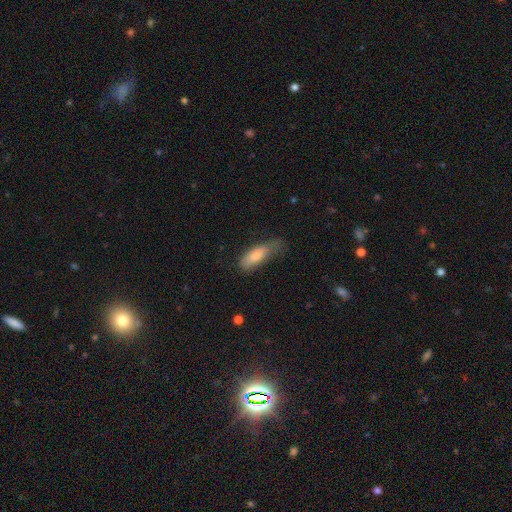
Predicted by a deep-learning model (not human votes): Smooth or featured? smooth (75%)
How rounded? in between (58%)
Merging? none (42%)